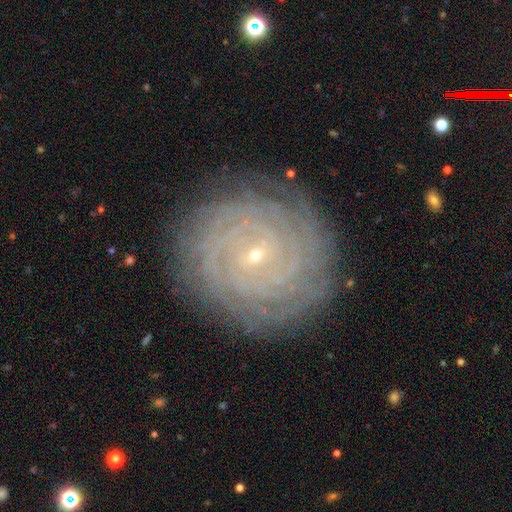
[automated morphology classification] Smooth or featured: featured or disk — 85% (smooth — 8%)
Edge-on disk: no — 98% (yes — 2%)
Bar: no — 61% (weak — 30%)
Spiral arms: yes — 97% (no — 3%)
Spiral winding: tight — 90% (medium — 9%)
Spiral arm count: can't tell — 28% (4 — 19%)
Bulge size: small — 88% (moderate — 9%)
Merging: none — 86% (minor disturbance — 10%)